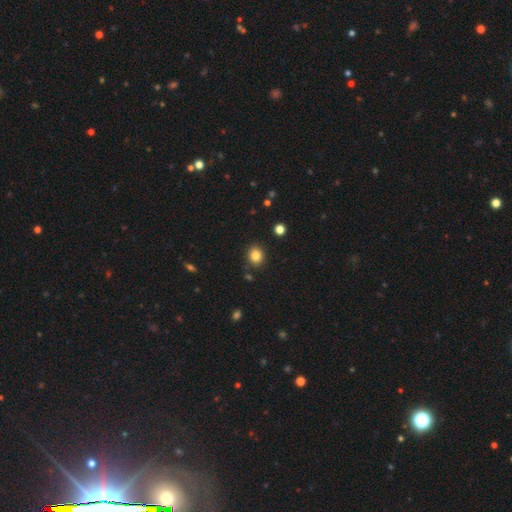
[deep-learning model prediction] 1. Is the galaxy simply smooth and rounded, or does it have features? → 83% smooth, 11% star or artifact, 6% featured or disk.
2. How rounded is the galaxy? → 68% round, 31% in between, 1% cigar-shaped.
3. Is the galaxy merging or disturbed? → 86% none, 9% minor disturbance, 3% merger, 2% major disturbance.